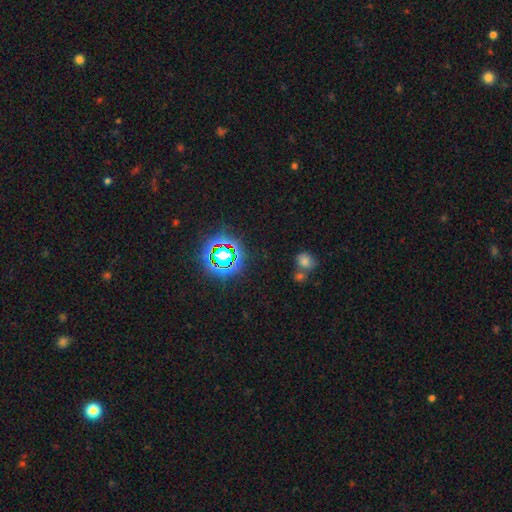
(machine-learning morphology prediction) star or artifact 72%, smooth 19%, featured or disk 9%.